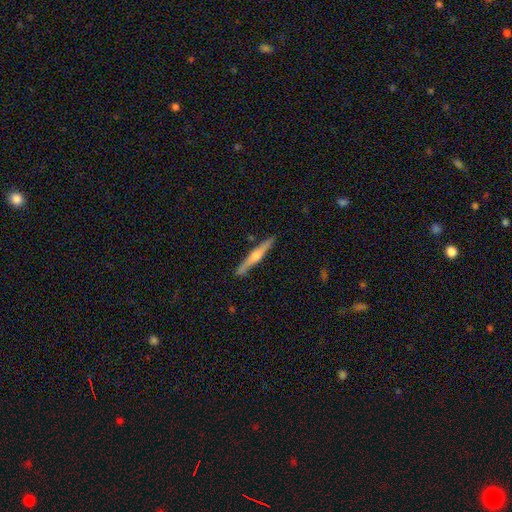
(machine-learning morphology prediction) A featured or disk galaxy (66%) viewed edge-on (97%) with a rounded central bulge (87%).

Vote fractions:
- Smooth or featured? featured or disk: 66% / smooth: 29% / star or artifact: 5%
- Edge-on disk? yes: 97% / no: 3%
- Edge-on bulge? rounded: 87% / none: 8% / boxy: 5%
- Merging? none: 88% / minor disturbance: 8% / merger: 2% / major disturbance: 2%